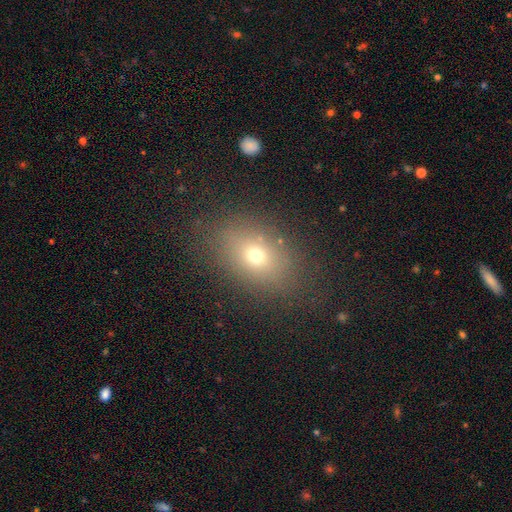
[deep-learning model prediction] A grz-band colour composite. It shows a smooth galaxy with no disk features (66%) that is in between round and cigar-shaped (75%). Merging: none (81%).